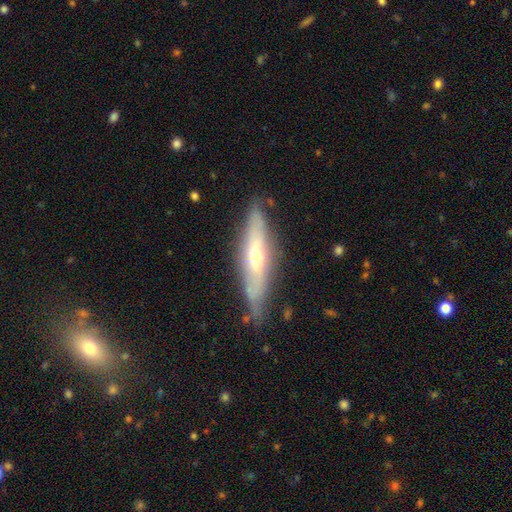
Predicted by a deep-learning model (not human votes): Q: Smooth or featured?
A: featured or disk (63%); runner-up: smooth (31%)
Q: Edge-on disk?
A: yes (73%); runner-up: no (27%)
Q: Merging?
A: none (76%); runner-up: minor disturbance (19%)